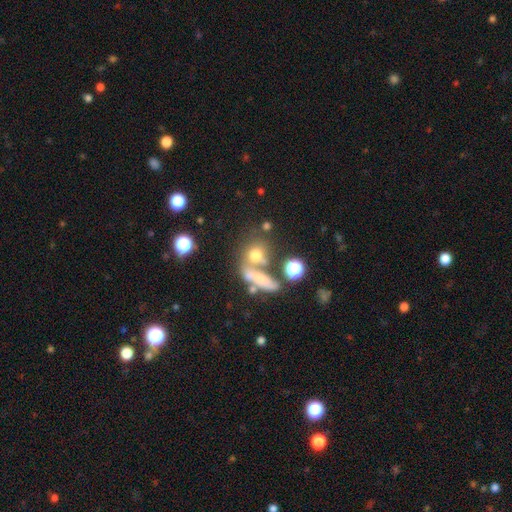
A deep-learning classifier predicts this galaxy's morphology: A smooth galaxy with no disk features (64%) that is round (63%).

Vote fractions:
- Smooth or featured? smooth: 64% / featured or disk: 19% / star or artifact: 17%
- How rounded? round: 63% / in between: 29% / cigar-shaped: 8%
- Merging? none: 43% / merger: 36% / minor disturbance: 12% / major disturbance: 9%